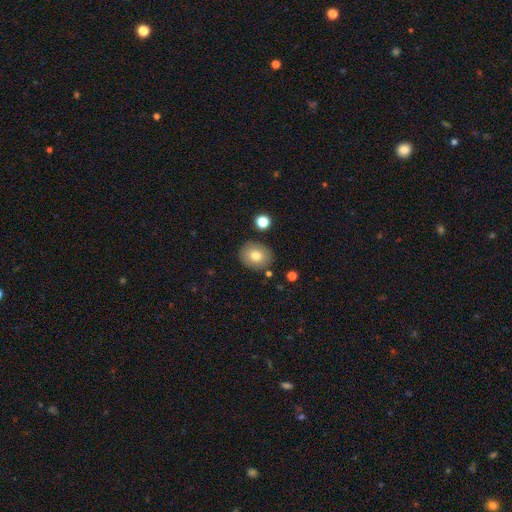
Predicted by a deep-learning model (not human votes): Overall: smooth (76%). How rounded: round (63%; in between 36%). Merging: none (84%).